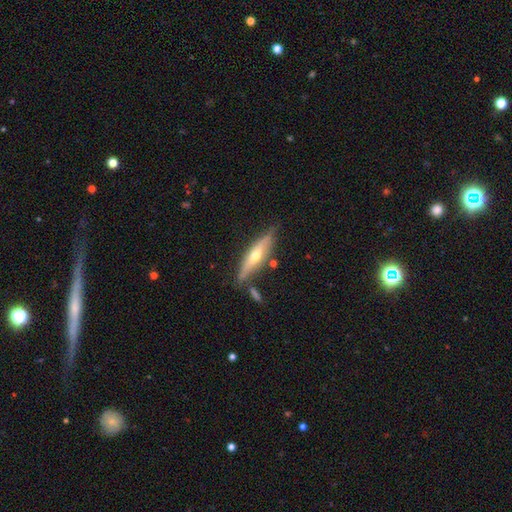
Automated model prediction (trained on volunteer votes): Smooth or featured: featured or disk — 62% (smooth — 32%)
Edge-on disk: yes — 88% (no — 12%)
Edge-on bulge: rounded — 89% (none — 7%)
Merging: none — 74% (minor disturbance — 15%)